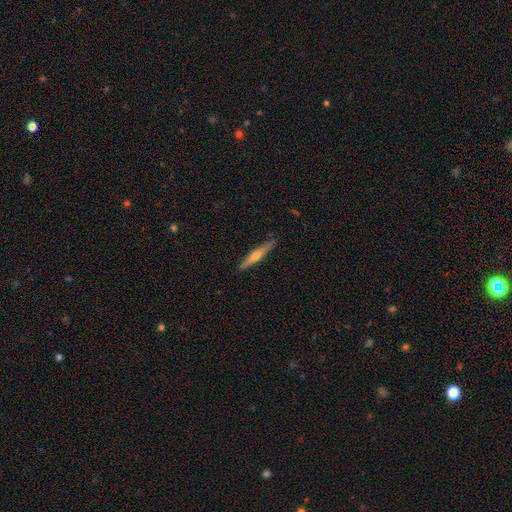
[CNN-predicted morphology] featured or disk 60%, smooth 34%, star or artifact 6%. Down the decision tree: edge-on disk — yes (97%); edge-on bulge — rounded (86%); merging — none (89%).